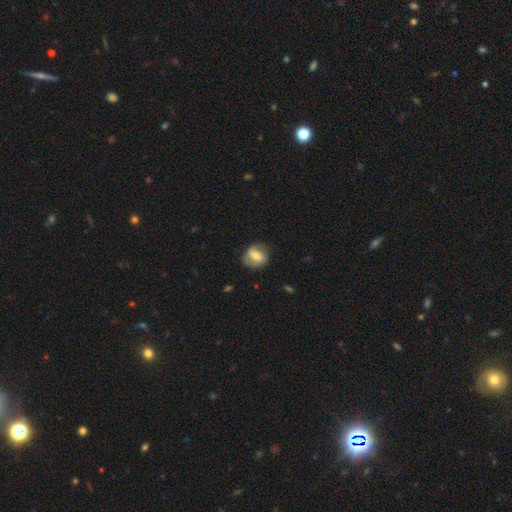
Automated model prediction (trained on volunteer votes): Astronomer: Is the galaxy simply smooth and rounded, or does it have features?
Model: featured or disk — 47% (runner-up: smooth, 46%).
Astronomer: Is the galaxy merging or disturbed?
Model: none — 73%.